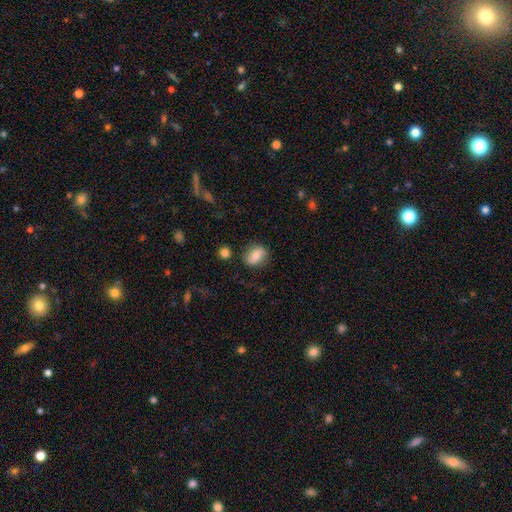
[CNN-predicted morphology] smooth 70%, featured or disk 22%, star or artifact 8%. Down the decision tree: how rounded — in between (69%); merging — none (77%).